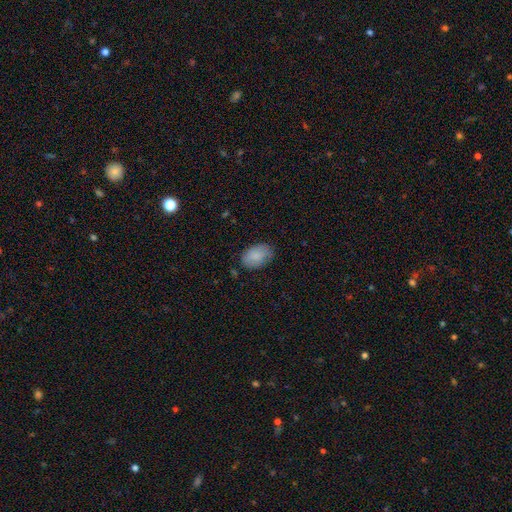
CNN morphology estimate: A smooth galaxy with no disk features (85%) that is in between round and cigar-shaped (88%). Merging: none (75%).